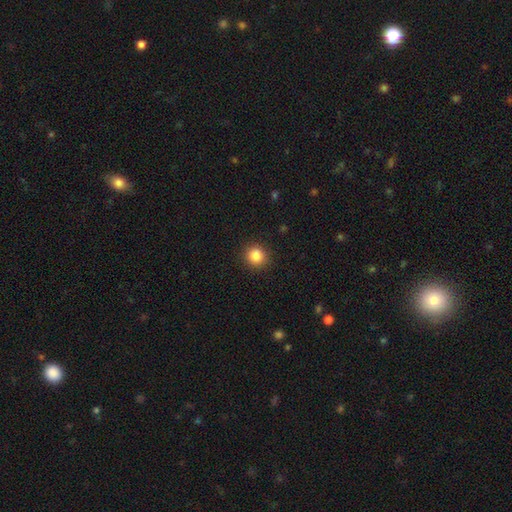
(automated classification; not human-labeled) smooth 86%, star or artifact 10%, featured or disk 4%. Down the decision tree: how rounded — round (91%); merging — none (90%).